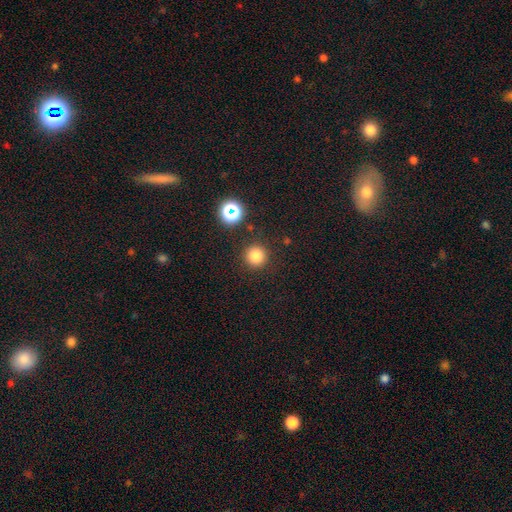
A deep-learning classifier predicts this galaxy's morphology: A smooth galaxy with no disk features (79%) that is round (95%). Merging: none (89%).